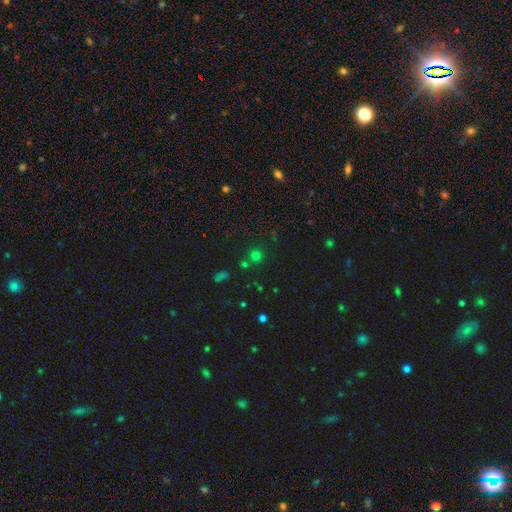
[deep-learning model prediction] This appears to be a smooth galaxy with no disk features (65%) that is round (89%). Merging: none (71%).